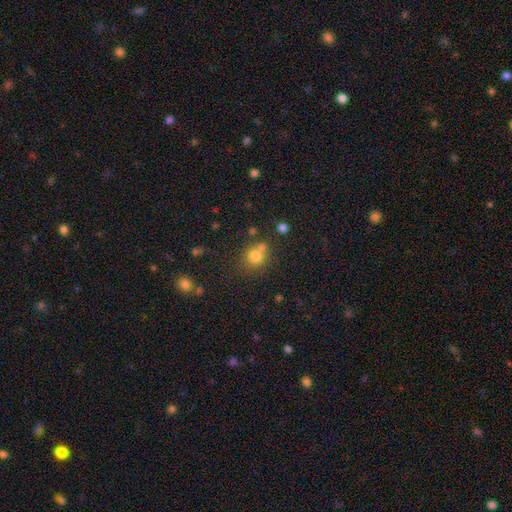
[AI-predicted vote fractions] A smooth galaxy with no disk features (77%) that is round (83%).

Vote fractions:
- Smooth or featured? smooth: 77% / star or artifact: 14% / featured or disk: 9%
- How rounded? round: 83% / in between: 16% / cigar-shaped: 1%
- Merging? none: 57% / merger: 26% / minor disturbance: 12% / major disturbance: 5%